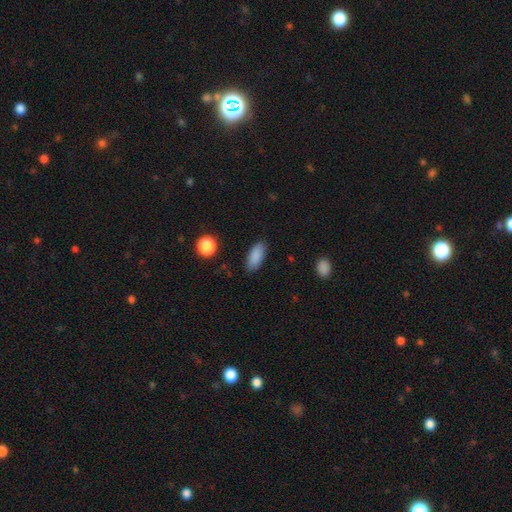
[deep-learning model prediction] A smooth galaxy with no disk features (88%) that is in between round and cigar-shaped (82%).

Vote fractions:
- Smooth or featured? smooth: 88% / star or artifact: 7% / featured or disk: 4%
- How rounded? in between: 82% / cigar-shaped: 15% / round: 2%
- Merging? none: 86% / minor disturbance: 10% / major disturbance: 3% / merger: 1%